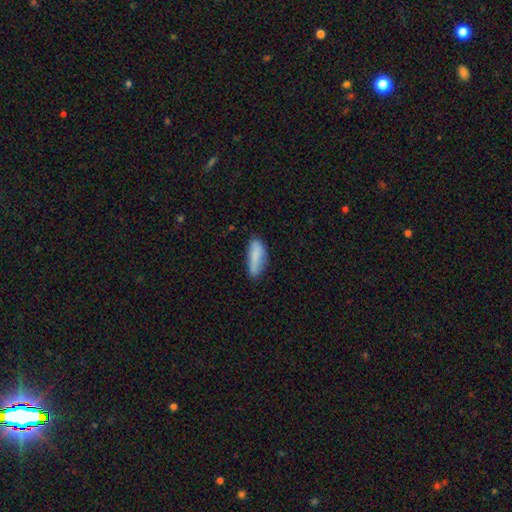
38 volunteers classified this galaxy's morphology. Smooth or featured: smooth — 79% (featured or disk — 11%)
How rounded: cigar-shaped — 73% (in between — 23%)
Merging: none — 71% (minor disturbance — 21%)